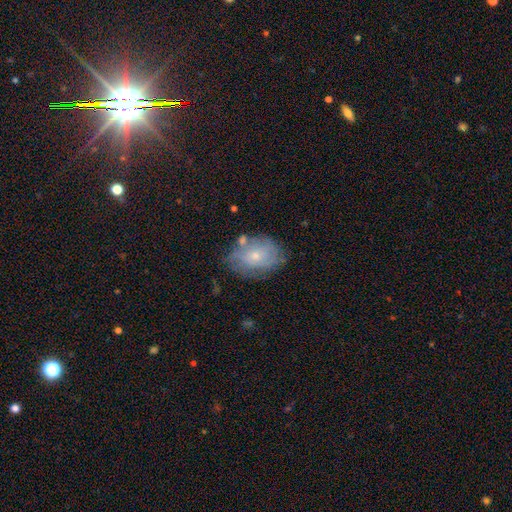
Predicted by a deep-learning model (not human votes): featured or disk 48%, smooth 44%, star or artifact 9%. Down the decision tree: merging — none (64%).